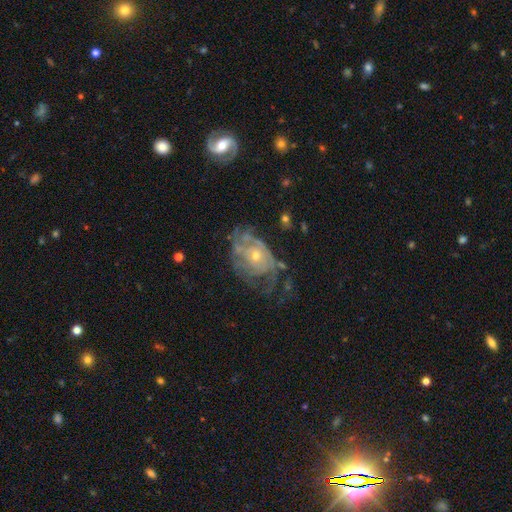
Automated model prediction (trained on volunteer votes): Q: Smooth or featured?
A: featured or disk (80%); runner-up: smooth (13%)
Q: Edge-on disk?
A: no (96%); runner-up: yes (4%)
Q: Bar?
A: no (82%); runner-up: weak (15%)
Q: Spiral arms?
A: yes (80%); runner-up: no (20%)
Q: Spiral winding?
A: tight (59%); runner-up: medium (28%)
Q: Spiral arm count?
A: can't tell (54%); runner-up: 2 (13%)
Q: Bulge size?
A: small (61%); runner-up: moderate (36%)
Q: Merging?
A: none (47%); runner-up: major disturbance (26%)